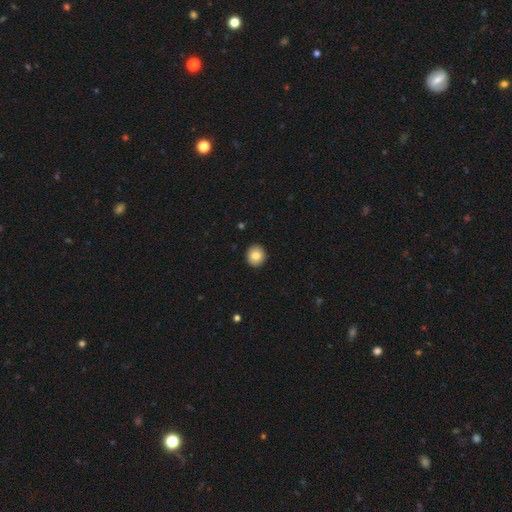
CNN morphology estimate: smooth 83%, featured or disk 9%, star or artifact 8%. Down the decision tree: how rounded — round (84%); merging — none (92%).